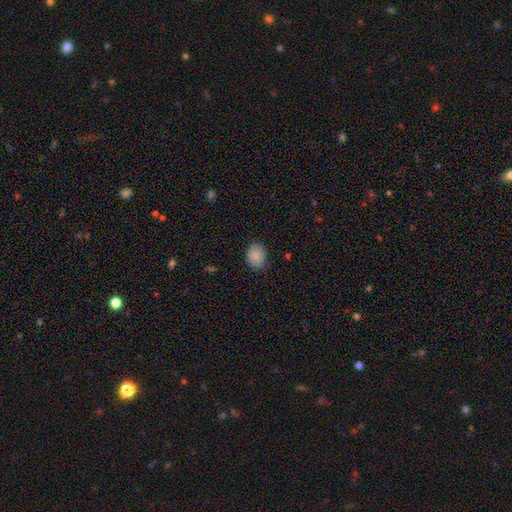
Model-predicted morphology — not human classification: Q: Smooth or featured?
A: smooth (88%); runner-up: star or artifact (8%)
Q: How rounded?
A: in between (58%); runner-up: round (42%)
Q: Merging?
A: none (83%); runner-up: minor disturbance (13%)